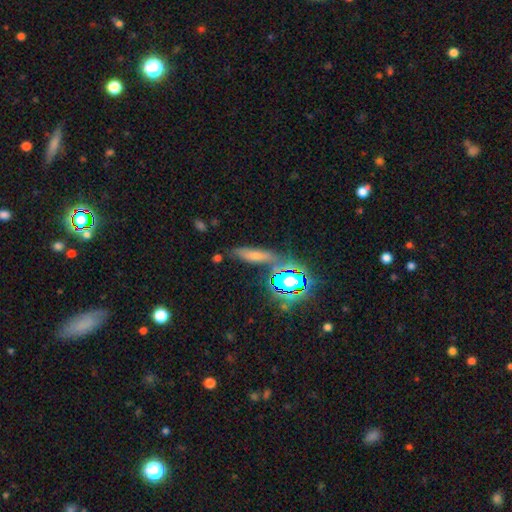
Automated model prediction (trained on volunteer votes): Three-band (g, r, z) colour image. It shows a smooth galaxy with no disk features (41%). Merging: none (75%).